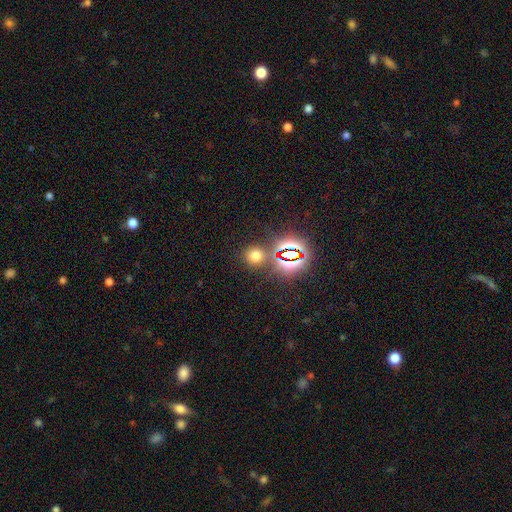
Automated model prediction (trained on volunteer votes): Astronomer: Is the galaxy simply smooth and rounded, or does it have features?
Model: smooth — 62%.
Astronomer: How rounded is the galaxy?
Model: round — 86%.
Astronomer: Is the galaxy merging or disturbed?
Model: none — 77%.